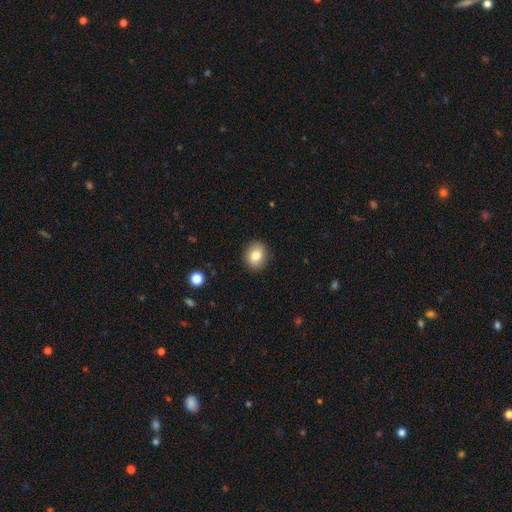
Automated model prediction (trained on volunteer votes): A smooth galaxy with no disk features (82%) that is round (58%). Merging: none (89%).